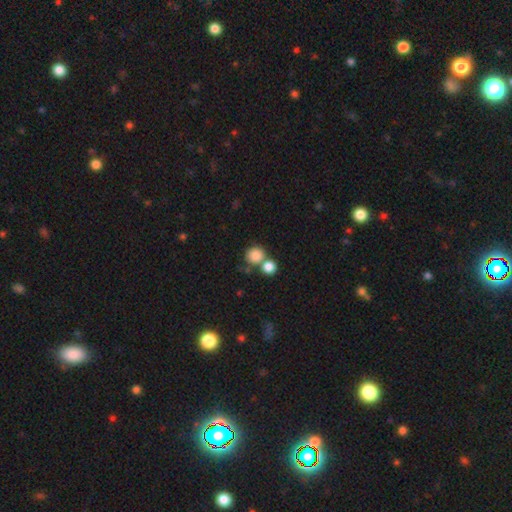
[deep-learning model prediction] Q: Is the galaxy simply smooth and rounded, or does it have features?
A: smooth — 85%.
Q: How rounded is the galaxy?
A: round — 84%.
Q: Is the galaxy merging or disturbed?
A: none — 51%.